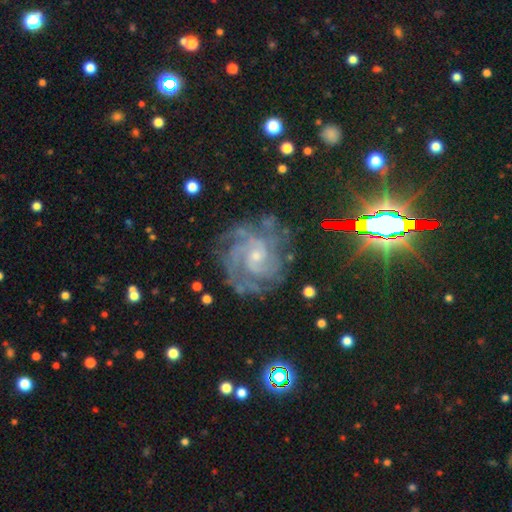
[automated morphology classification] A featured or disk galaxy (84%) with no bar (61%), tight (62%) spiral arms (97%) and a small central bulge (73%).

Vote fractions:
- Smooth or featured? featured or disk: 84% / star or artifact: 11% / smooth: 5%
- Edge-on disk? no: 98% / yes: 2%
- Bar? no: 61% / weak: 31% / strong: 8%
- Spiral arms? yes: 97% / no: 3%
- Spiral winding? tight: 62% / medium: 33% / loose: 5%
- Spiral arm count? can't tell: 24% / 3: 23% / 2: 20% / 4: 17% / more than 4: 9% / 1: 7%
- Bulge size? small: 73% / moderate: 21% / none: 5% / large: 1% / dominant: 1%
- Merging? none: 74% / minor disturbance: 16% / major disturbance: 8% / merger: 2%